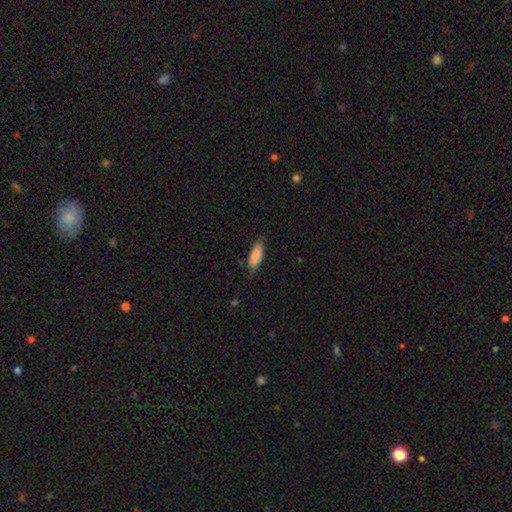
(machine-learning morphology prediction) The model was most divided on "merging": none: 69%, minor disturbance: 25%, major disturbance: 5%, merger: 1%. More confident: smooth or featured — smooth (86%); how rounded — in between (76%).